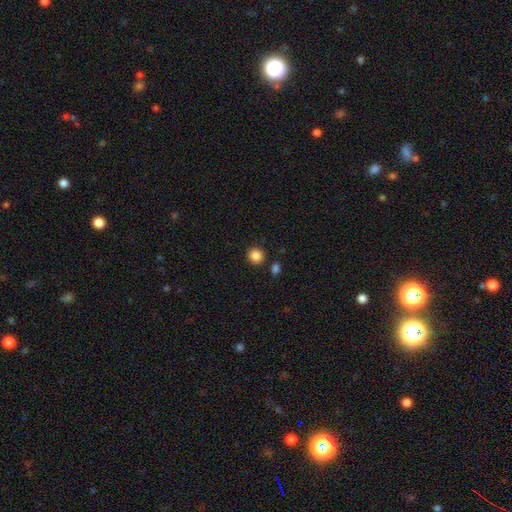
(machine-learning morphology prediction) type=smooth (86%); roundness=round (91%); merging=none (86%).